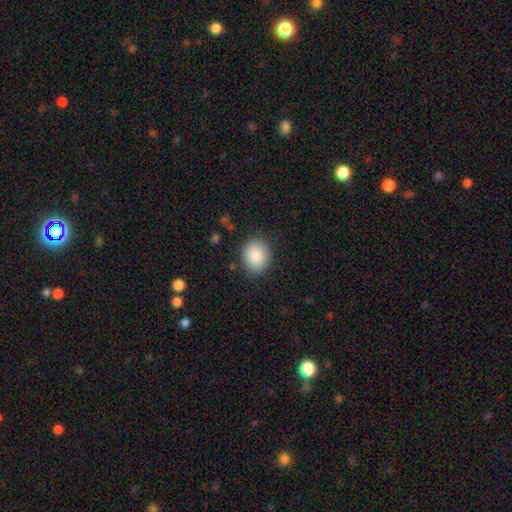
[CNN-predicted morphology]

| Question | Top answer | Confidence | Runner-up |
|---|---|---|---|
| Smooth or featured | smooth | 87% | star or artifact (8%) |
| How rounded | round | 71% | in between (28%) |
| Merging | none | 86% | minor disturbance (10%) |